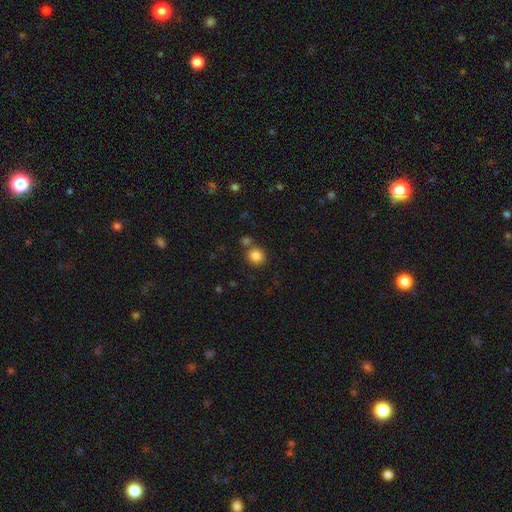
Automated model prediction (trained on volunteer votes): A smooth galaxy with no disk features (85%) that is round (89%).

Vote fractions:
- Smooth or featured? smooth: 85% / star or artifact: 10% / featured or disk: 5%
- How rounded? round: 89% / in between: 10% / cigar-shaped: 1%
- Merging? none: 76% / merger: 13% / minor disturbance: 8% / major disturbance: 3%